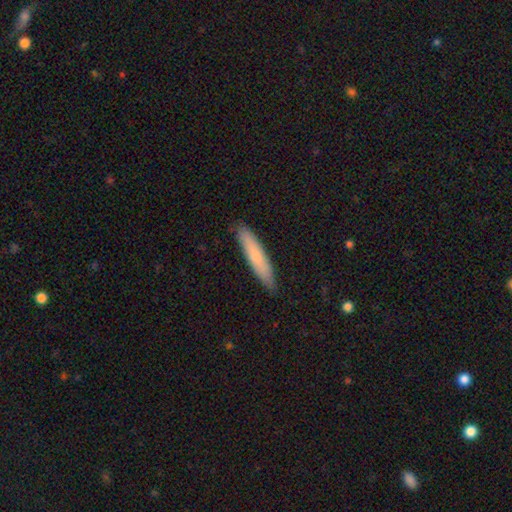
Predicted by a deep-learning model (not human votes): Smooth or featured? smooth (70%)
How rounded? cigar-shaped (88%)
Merging? none (88%)